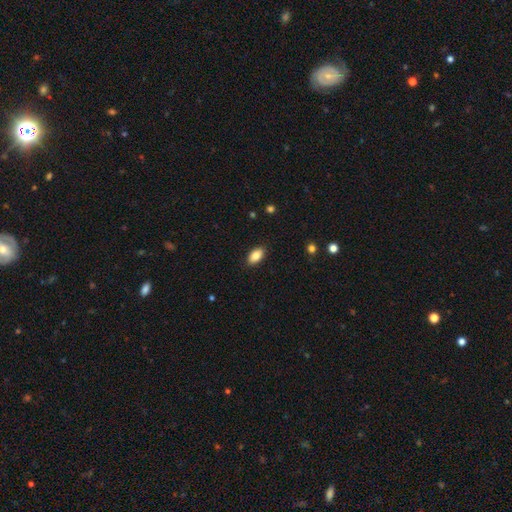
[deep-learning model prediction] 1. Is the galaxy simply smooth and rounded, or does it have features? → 85% smooth, 8% star or artifact, 7% featured or disk.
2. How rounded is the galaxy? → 92% in between, 4% round, 3% cigar-shaped.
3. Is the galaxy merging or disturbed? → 89% none, 8% minor disturbance, 2% major disturbance, 1% merger.